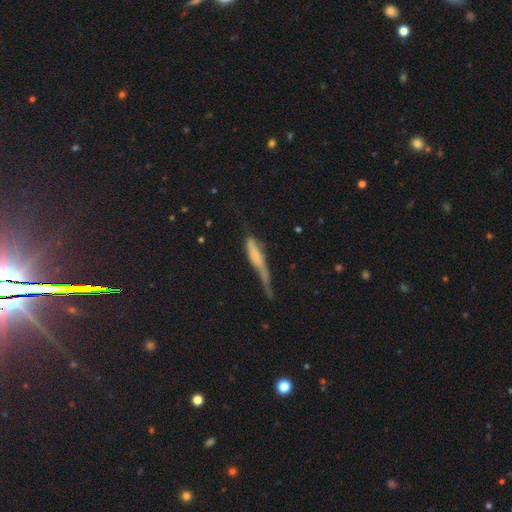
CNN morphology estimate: Smooth or featured?
  - smooth: 54% *
  - featured or disk: 37%
  - star or artifact: 9%
How rounded?
  - cigar-shaped: 82% *
  - in between: 16%
  - round: 2%
Merging?
  - major disturbance: 36% *
  - minor disturbance: 32%
  - none: 26%
  - merger: 7%